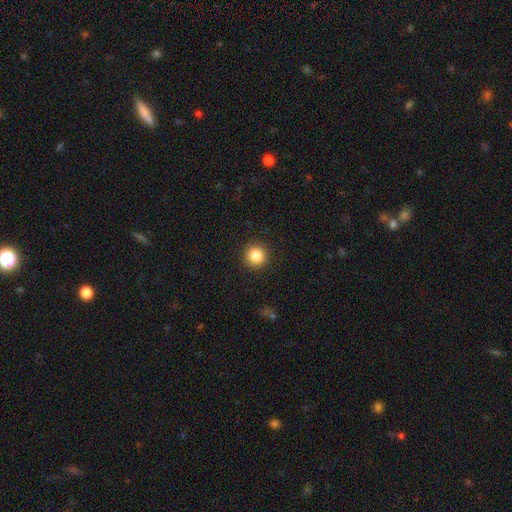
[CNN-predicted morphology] This is clearly a smooth galaxy (86%). How rounded: clearly round (95%). Merging: clearly none (92%).